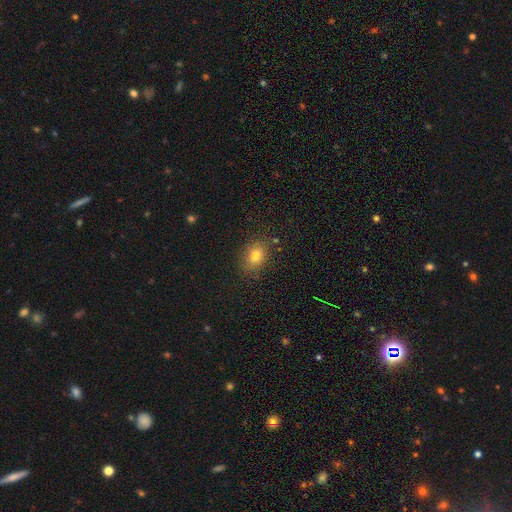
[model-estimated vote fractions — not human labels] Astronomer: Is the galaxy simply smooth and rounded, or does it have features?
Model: smooth — 80%.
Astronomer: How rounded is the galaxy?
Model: in between — 68%.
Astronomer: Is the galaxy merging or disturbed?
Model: none — 82%.